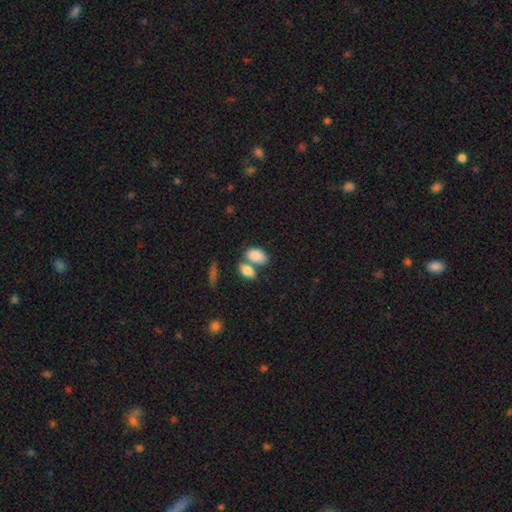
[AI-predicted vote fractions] This appears to be a smooth galaxy with no disk features (85%) that is in between round and cigar-shaped (91%). Merging: merger (44%).